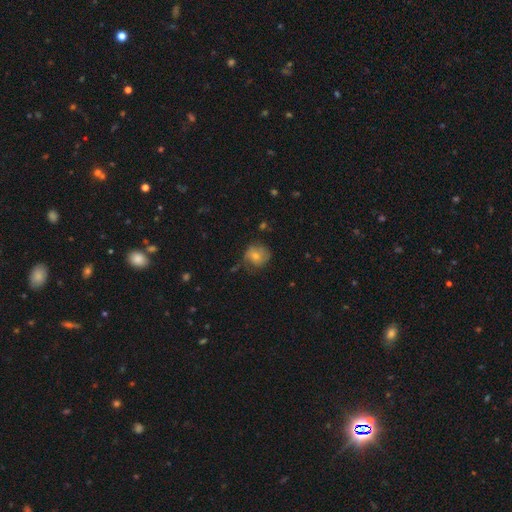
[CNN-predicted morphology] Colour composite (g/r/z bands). It shows a smooth galaxy with no disk features (60%) that is round (79%). Merging: none (56%).